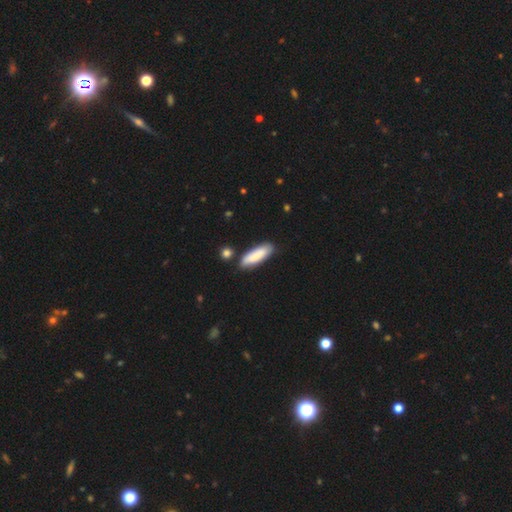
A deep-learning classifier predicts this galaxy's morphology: smooth-or-featured: smooth: 80% | featured or disk: 15% | star or artifact: 5%
  how-rounded: cigar-shaped: 54% | in between: 45% | round: 2%
  merging: none: 79% | minor disturbance: 13% | merger: 5% | major disturbance: 3%